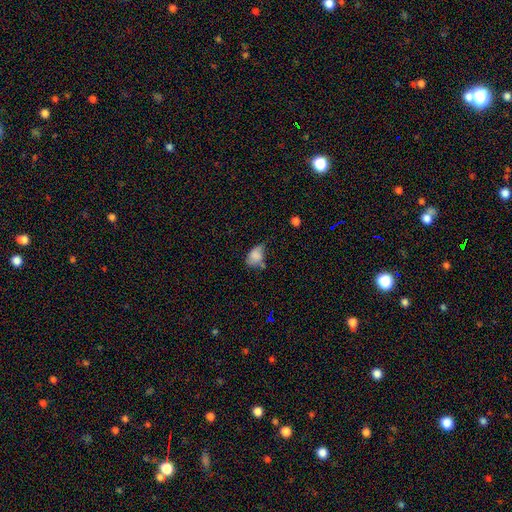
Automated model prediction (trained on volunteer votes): smooth 78%, featured or disk 13%, star or artifact 10%. Down the decision tree: how rounded — in between (78%); merging — minor disturbance (41%).